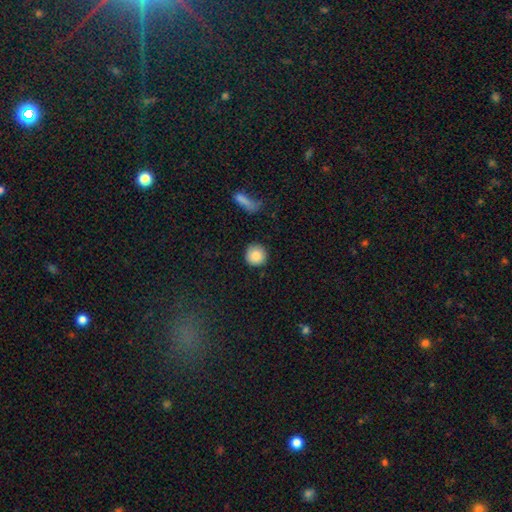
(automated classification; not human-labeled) A smooth galaxy with no disk features (87%) that is round (94%).

Vote fractions:
- Smooth or featured? smooth: 87% / star or artifact: 8% / featured or disk: 5%
- How rounded? round: 94% / in between: 5% / cigar-shaped: 1%
- Merging? none: 88% / minor disturbance: 8% / major disturbance: 2% / merger: 2%